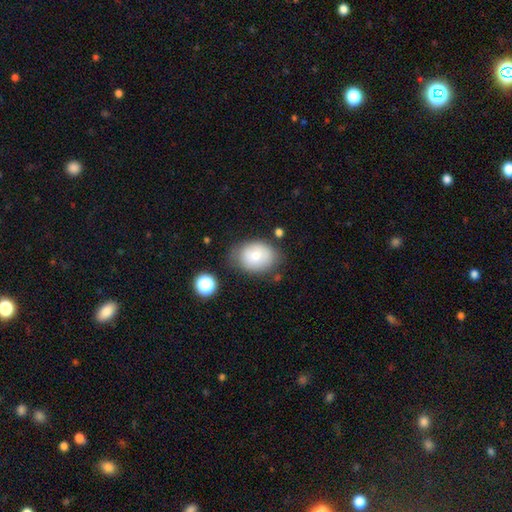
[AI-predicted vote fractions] This is likely a smooth galaxy (74%). How rounded: possibly in between (58%). Merging: likely none (67%).